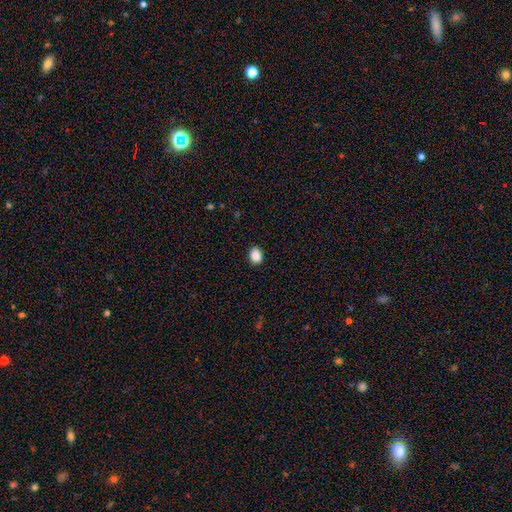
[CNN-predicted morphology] smooth_or_featured: smooth (p=0.89) [alt: star or artifact p=0.08]
how_rounded: in between (p=0.64) [alt: round p=0.35]
merging: none (p=0.89) [alt: minor disturbance p=0.08]